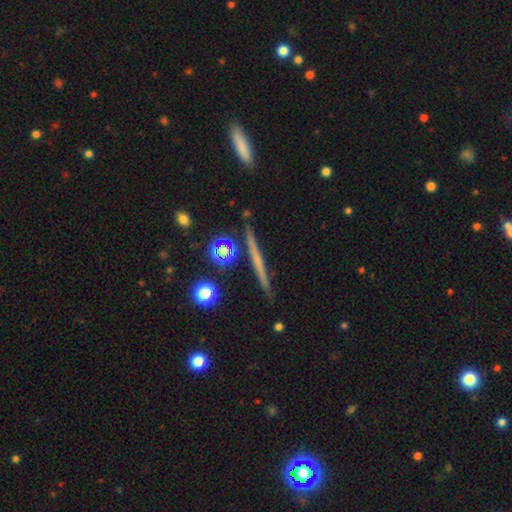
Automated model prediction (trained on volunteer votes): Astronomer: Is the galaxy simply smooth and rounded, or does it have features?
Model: featured or disk — 52% (runner-up: smooth, 39%).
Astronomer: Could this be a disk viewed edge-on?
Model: yes — 97%.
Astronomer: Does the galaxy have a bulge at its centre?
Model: none — 86%.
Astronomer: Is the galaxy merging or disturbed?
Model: none — 89%.